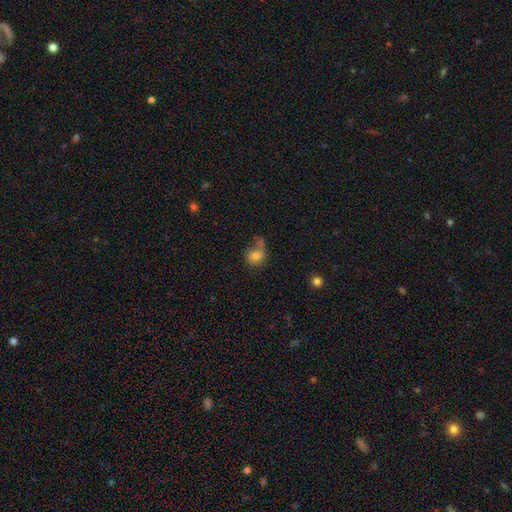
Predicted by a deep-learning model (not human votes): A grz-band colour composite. It shows a smooth galaxy with no disk features (68%) that is round (62%). Merging: none (38%).